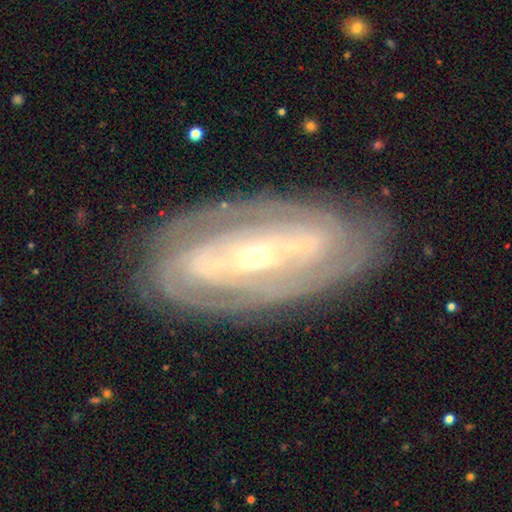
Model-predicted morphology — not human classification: smooth_or_featured: featured or disk (p=0.84) [alt: smooth p=0.10]
disk_edge_on: no (p=0.90) [alt: yes p=0.10]
bar: strong (p=0.53) [alt: weak p=0.24]
has_spiral_arms: yes (p=0.85) [alt: no p=0.15]
spiral_winding: tight (p=0.71) [alt: medium p=0.22]
spiral_arm_count: 2 (p=0.42) [alt: can't tell p=0.33]
bulge_size: small (p=0.59) [alt: moderate p=0.36]
merging: none (p=0.81) [alt: minor disturbance p=0.13]